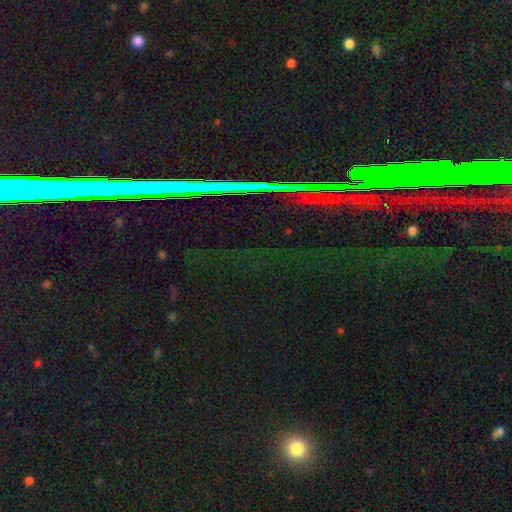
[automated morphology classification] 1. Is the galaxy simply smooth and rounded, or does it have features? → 81% star or artifact, 10% featured or disk, 9% smooth.